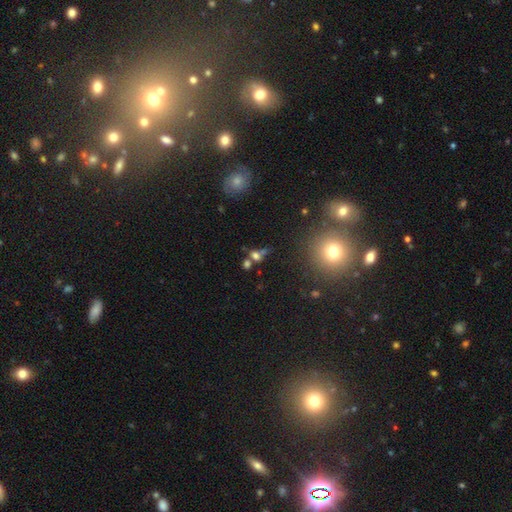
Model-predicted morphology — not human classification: Overall: smooth (59%; star or artifact 23%). How rounded: round (50%; in between 44%). Merging: merger (42%; none 39%).